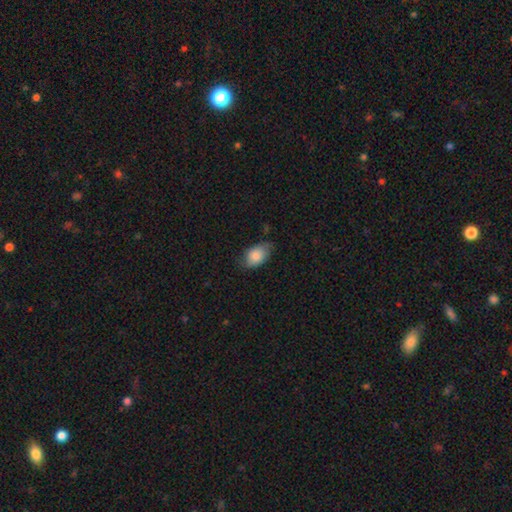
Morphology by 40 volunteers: A smooth galaxy with no disk features (82%) that is in between round and cigar-shaped (88%). Merging: none (58%).